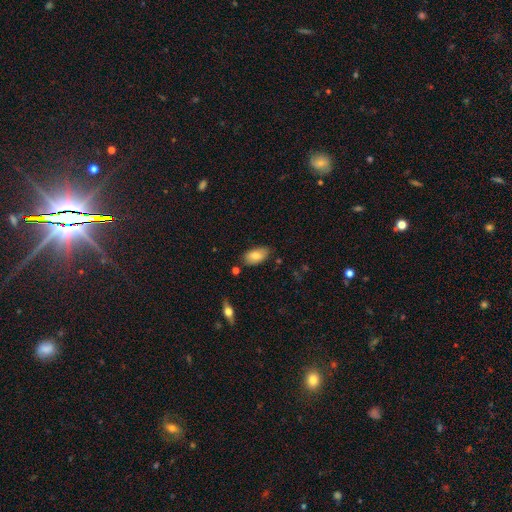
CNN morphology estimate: Smooth or featured? Predicted: smooth (p=0.79). How rounded? Predicted: in between (p=0.94). Merging? Predicted: none (p=0.79).